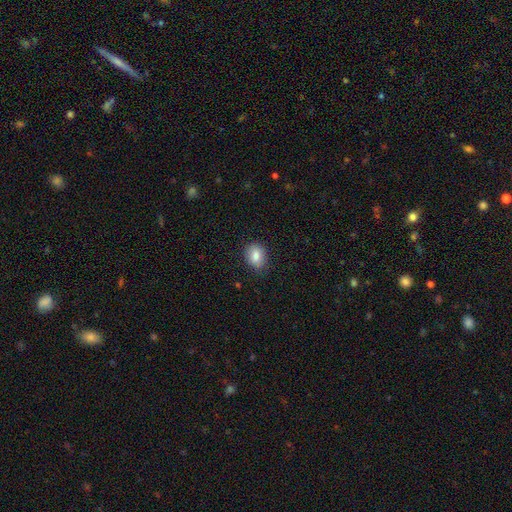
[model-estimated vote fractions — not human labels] A smooth galaxy with no disk features (84%) that is in between round and cigar-shaped (61%).

Vote fractions:
- Smooth or featured? smooth: 84% / star or artifact: 8% / featured or disk: 8%
- How rounded? in between: 61% / round: 38% / cigar-shaped: 1%
- Merging? none: 82% / minor disturbance: 14% / major disturbance: 3% / merger: 1%